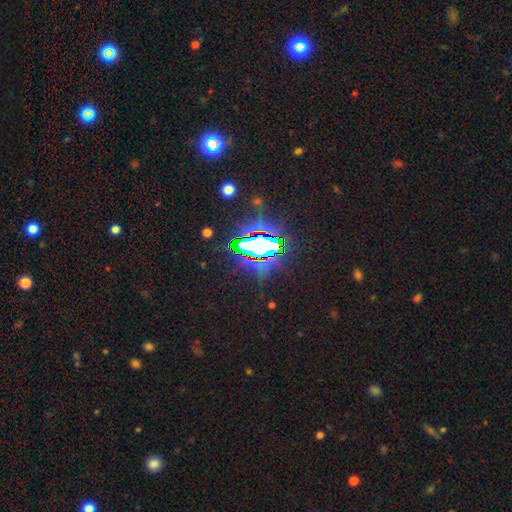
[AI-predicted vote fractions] Smooth or featured: star or artifact — 84% (smooth — 9%)